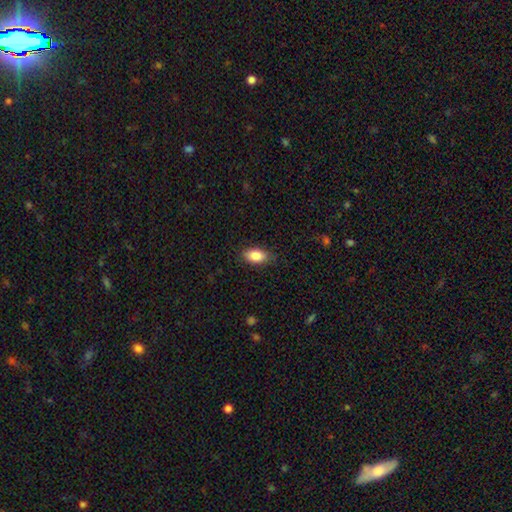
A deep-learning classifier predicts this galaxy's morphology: Smooth or featured? smooth (85%)
How rounded? in between (90%)
Merging? none (85%)